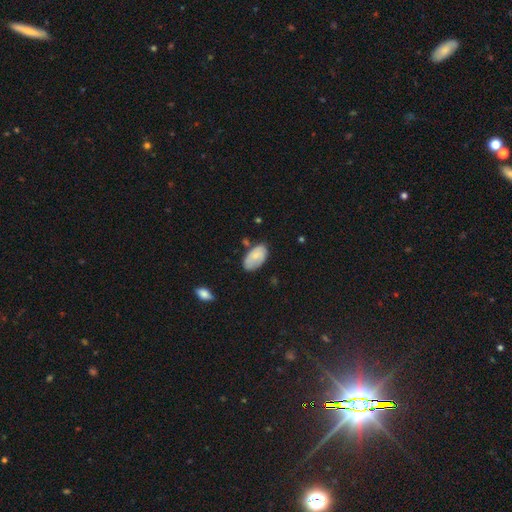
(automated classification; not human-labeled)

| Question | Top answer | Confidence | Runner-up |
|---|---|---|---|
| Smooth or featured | smooth | 66% | featured or disk (27%) |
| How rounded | in between | 94% | round (4%) |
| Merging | none | 63% | minor disturbance (27%) |